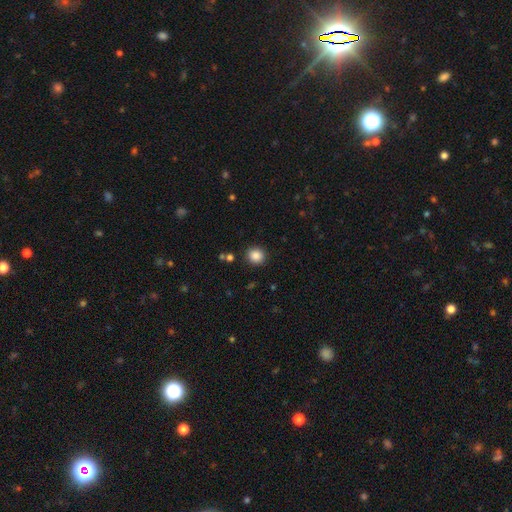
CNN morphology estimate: Smooth or featured? smooth (87%)
How rounded? round (88%)
Merging? none (90%)